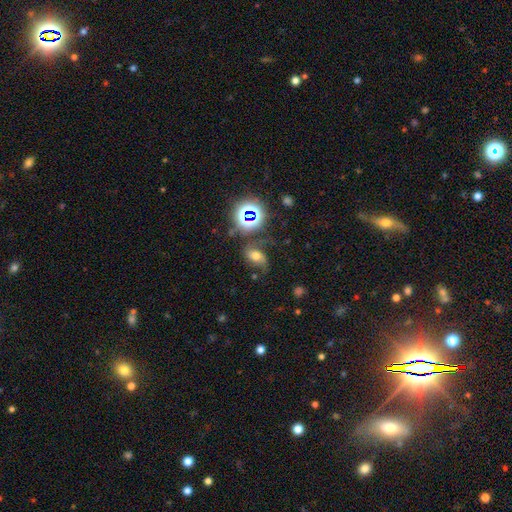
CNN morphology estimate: The model was most divided on "smooth or featured": smooth: 40%, featured or disk: 34%, star or artifact: 26%. More confident: merging — none (50%).